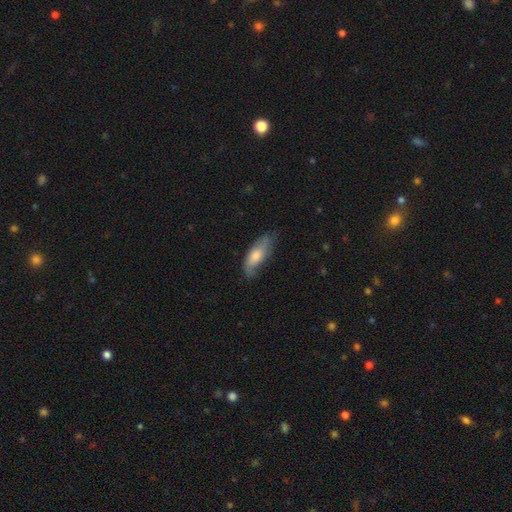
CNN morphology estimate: Smooth or featured?
  - smooth: 61% *
  - featured or disk: 32%
  - star or artifact: 6%
How rounded?
  - in between: 68% *
  - cigar-shaped: 30%
  - round: 2%
Merging?
  - none: 62% *
  - minor disturbance: 29%
  - major disturbance: 8%
  - merger: 2%